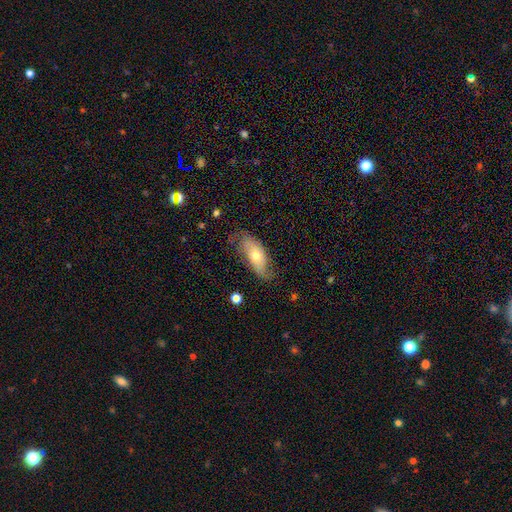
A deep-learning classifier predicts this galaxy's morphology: smooth_or_featured: featured or disk (p=0.47) [tied with: smooth p=0.47]
merging: none (p=0.60) [alt: minor disturbance p=0.28]